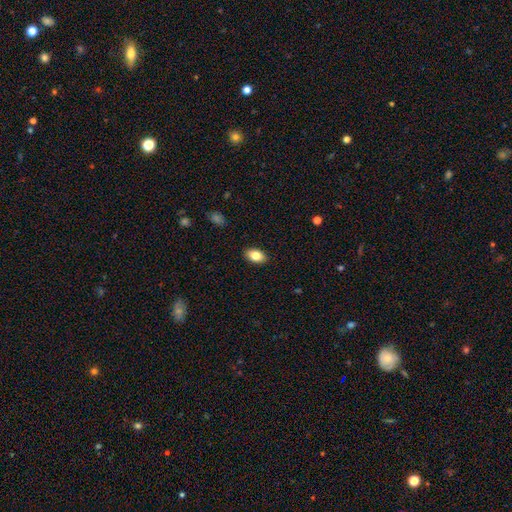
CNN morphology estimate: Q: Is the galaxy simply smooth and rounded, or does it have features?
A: smooth — 82%.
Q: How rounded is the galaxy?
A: in between — 90%.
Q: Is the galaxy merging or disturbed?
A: none — 89%.